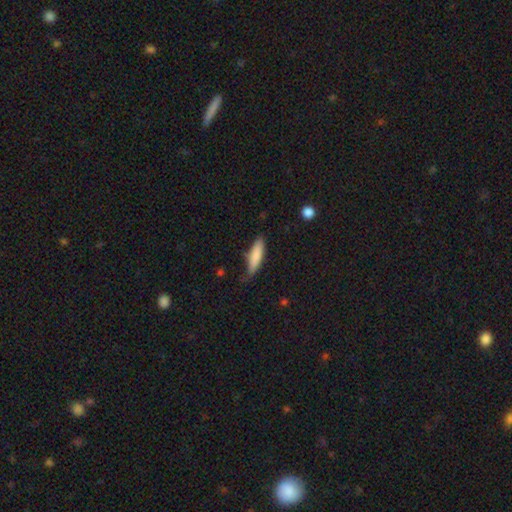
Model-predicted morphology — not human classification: type=smooth (83%); roundness=cigar-shaped (69%); merging=none (71%).